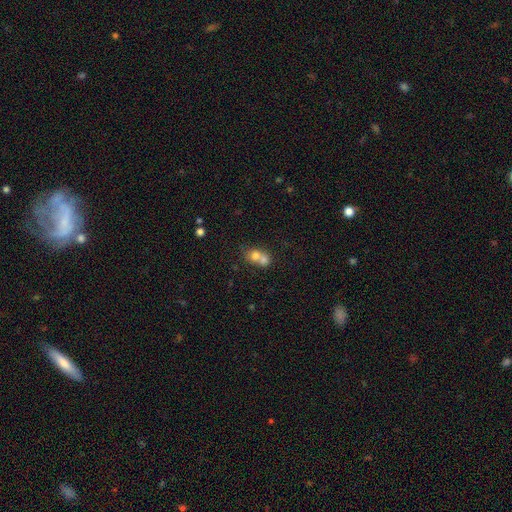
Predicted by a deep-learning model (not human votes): smooth_or_featured: smooth (p=0.73) [alt: featured or disk p=0.17]
how_rounded: round (p=0.66) [alt: in between p=0.33]
merging: merger (p=0.70) [alt: none p=0.22]